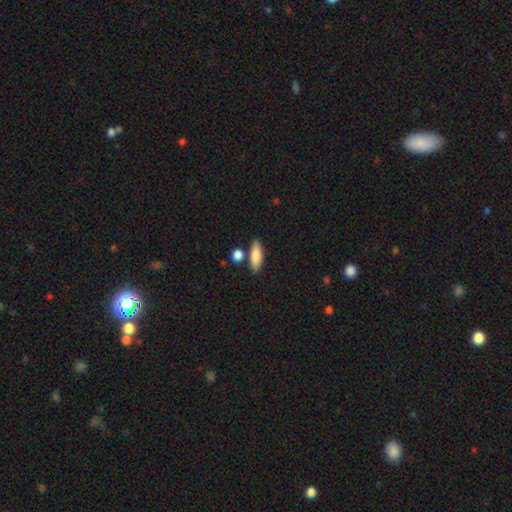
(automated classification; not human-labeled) smooth 83%, featured or disk 10%, star or artifact 6%. Down the decision tree: how rounded — in between (62%); merging — none (76%).